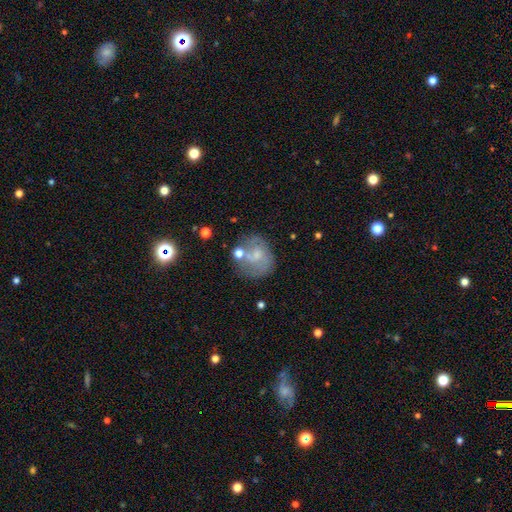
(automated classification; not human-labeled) Smooth or featured? featured or disk (49%)
Merging? none (49%)